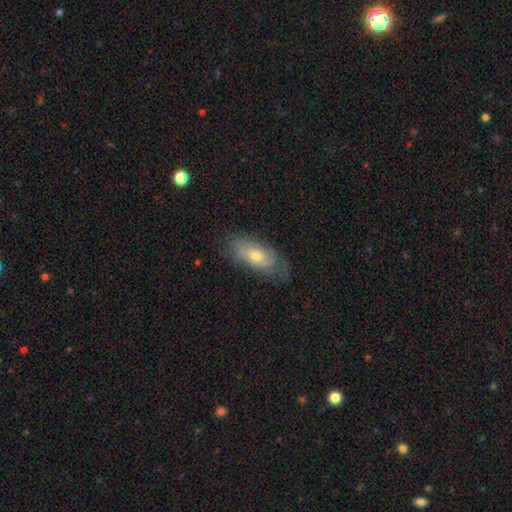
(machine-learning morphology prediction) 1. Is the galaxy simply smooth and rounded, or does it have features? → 52% smooth, 40% featured or disk, 7% star or artifact.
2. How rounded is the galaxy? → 85% in between, 11% cigar-shaped, 4% round.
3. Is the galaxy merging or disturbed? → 71% none, 21% minor disturbance, 6% major disturbance, 1% merger.